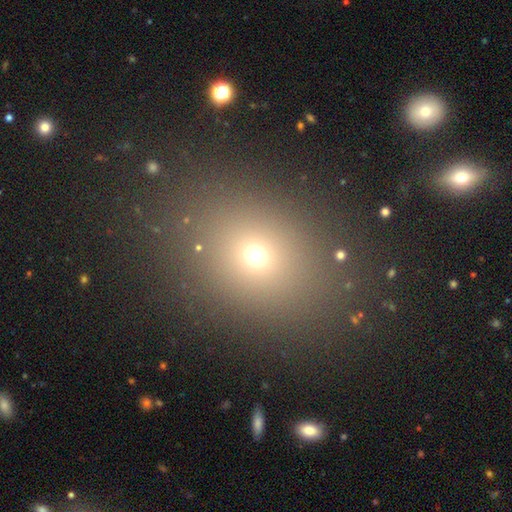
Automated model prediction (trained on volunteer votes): Smooth or featured: smooth — 65% (star or artifact — 24%)
How rounded: round — 50% (in between — 48%)
Merging: none — 85% (minor disturbance — 8%)